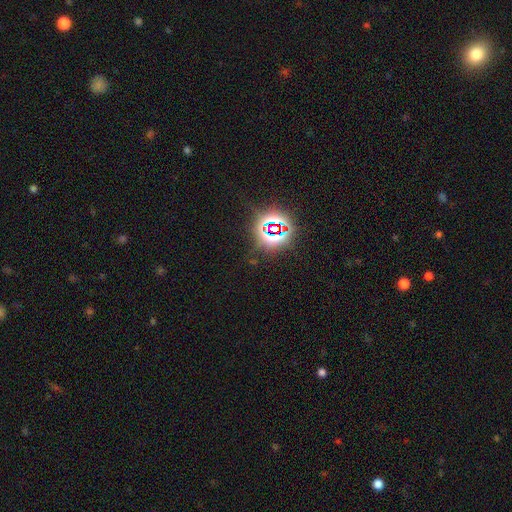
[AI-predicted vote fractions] Smooth or featured: star or artifact — 80% (smooth — 12%)